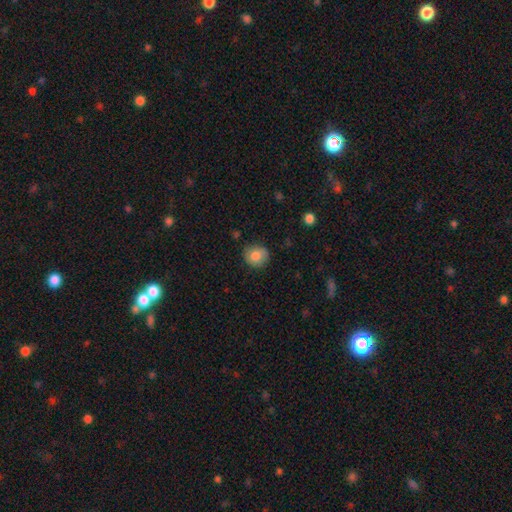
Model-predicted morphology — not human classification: Smooth or featured: smooth — 83% (featured or disk — 9%)
How rounded: round — 84% (in between — 15%)
Merging: none — 80% (minor disturbance — 15%)